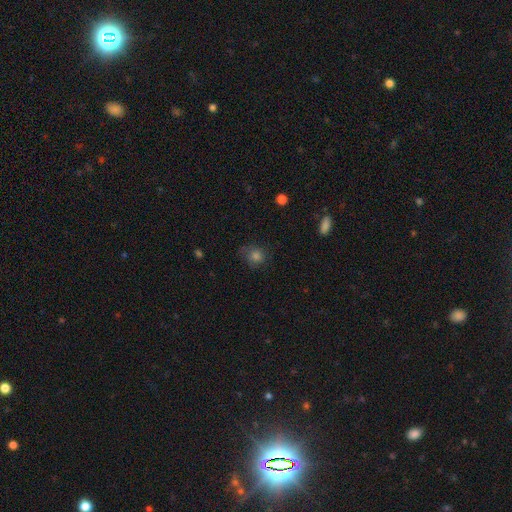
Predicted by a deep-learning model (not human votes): The model was most divided on "merging": none: 65%, minor disturbance: 22%, major disturbance: 11%, merger: 2%. More confident: how rounded — round (79%); smooth or featured — smooth (73%).